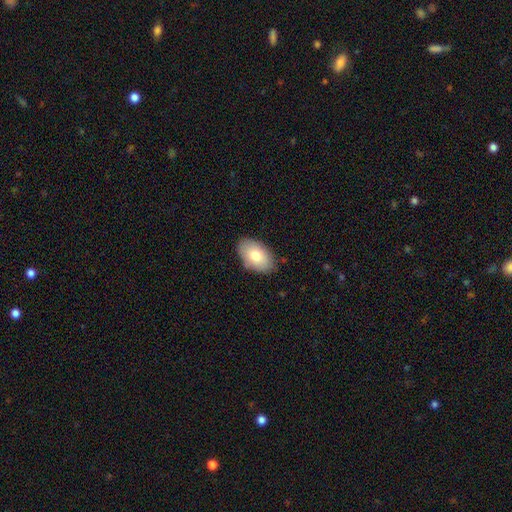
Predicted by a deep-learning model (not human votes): Smooth or featured? smooth (78%)
How rounded? in between (93%)
Merging? none (84%)